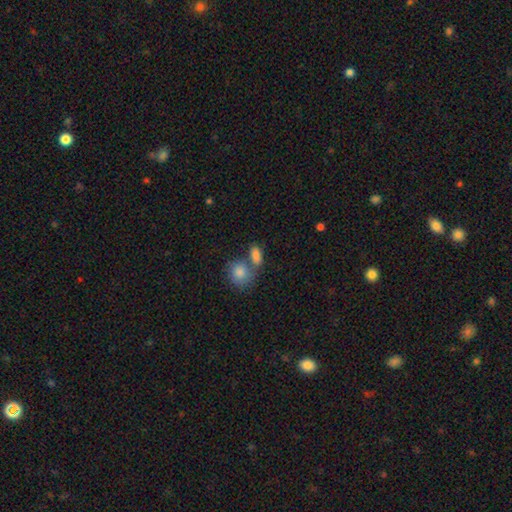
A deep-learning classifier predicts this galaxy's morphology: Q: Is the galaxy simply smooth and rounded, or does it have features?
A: smooth — 85%.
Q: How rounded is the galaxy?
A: in between — 78%.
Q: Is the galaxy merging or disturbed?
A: none — 43%.